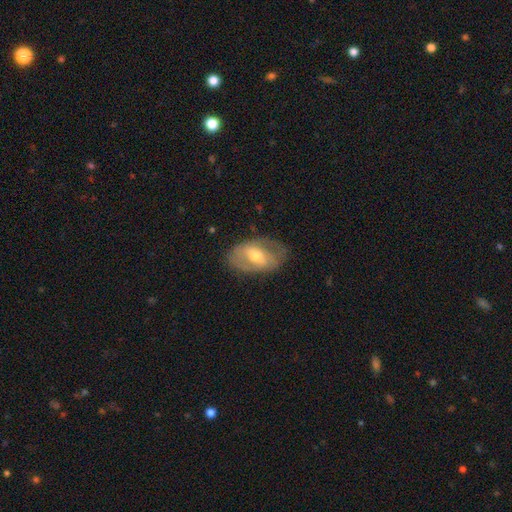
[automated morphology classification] The model was most divided on "spiral arms": yes: 56%, no: 44%. Remaining: edge-on disk — no (92%); merging — none (71%); bulge size — moderate (69%); smooth or featured — featured or disk (60%); bar — weak (44%).